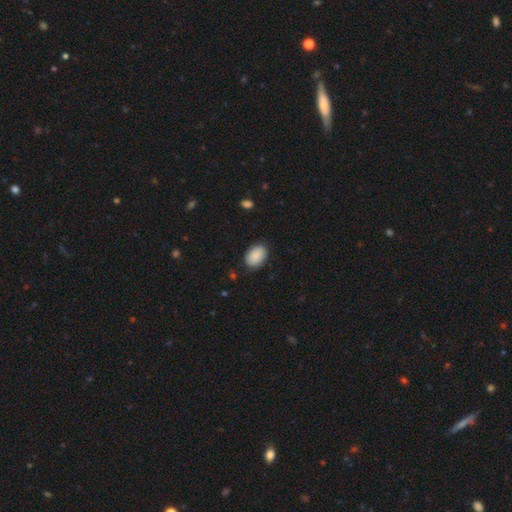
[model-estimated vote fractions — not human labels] Smooth or featured? Predicted: smooth (p=0.90). How rounded? Predicted: in between (p=0.85). Merging? Predicted: none (p=0.84).